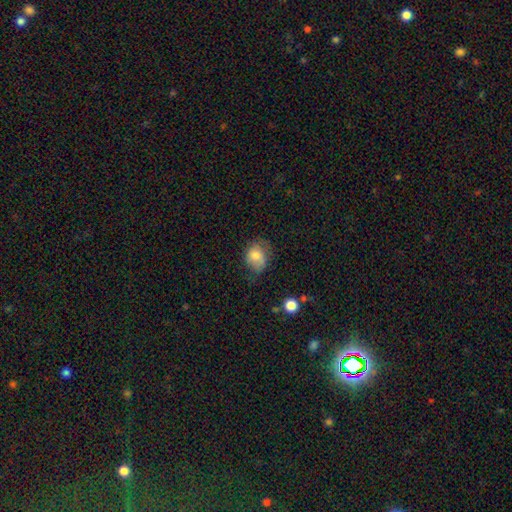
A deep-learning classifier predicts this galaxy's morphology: Smooth or featured?
  - smooth: 77% *
  - featured or disk: 14%
  - star or artifact: 9%
How rounded?
  - in between: 53% *
  - round: 46%
  - cigar-shaped: 1%
Merging?
  - none: 49% *
  - minor disturbance: 33%
  - major disturbance: 15%
  - merger: 2%